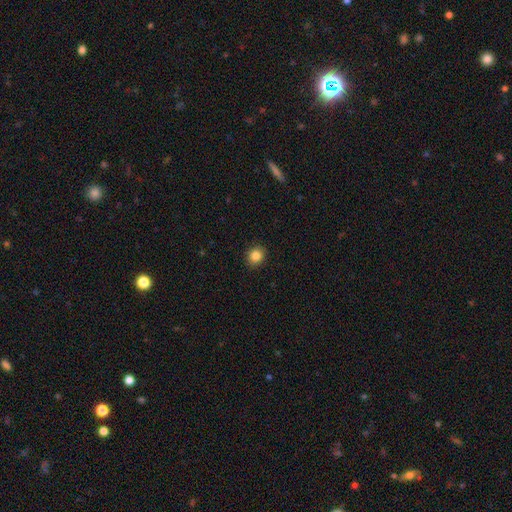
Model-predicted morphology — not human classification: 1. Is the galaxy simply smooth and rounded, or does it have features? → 85% smooth, 10% star or artifact, 5% featured or disk.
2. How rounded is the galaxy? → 79% round, 20% in between, 1% cigar-shaped.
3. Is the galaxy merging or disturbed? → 91% none, 6% minor disturbance, 2% major disturbance, 1% merger.